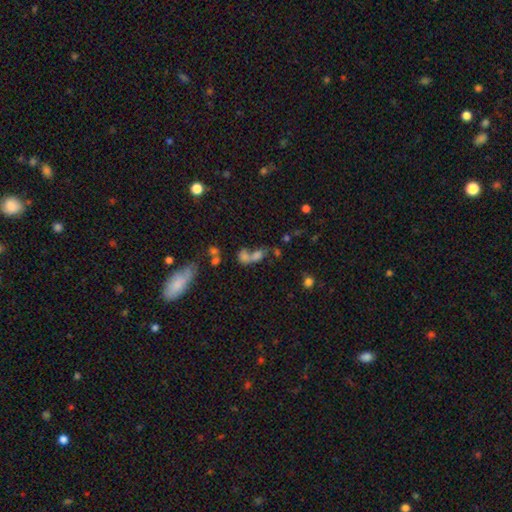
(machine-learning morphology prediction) type=smooth (60%); roundness=in between (67%); merging=merger (55%).